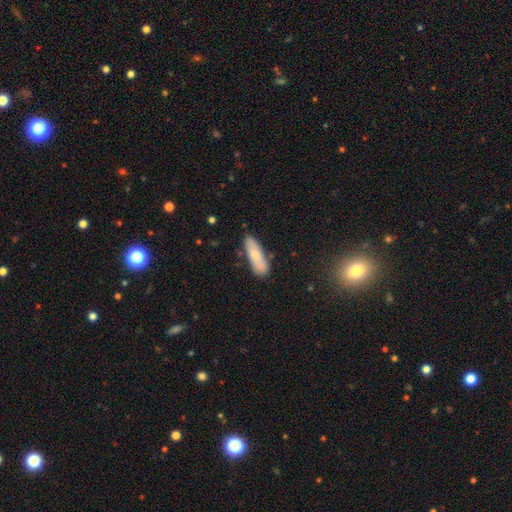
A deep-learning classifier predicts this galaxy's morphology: type=smooth (77%); roundness=cigar-shaped (53%); merging=none (78%).